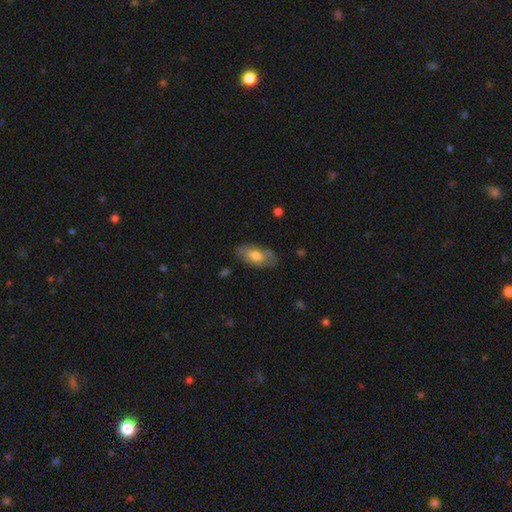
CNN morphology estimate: This is possibly a smooth galaxy (56%). How rounded: clearly in between (91%). Merging: likely none (74%).